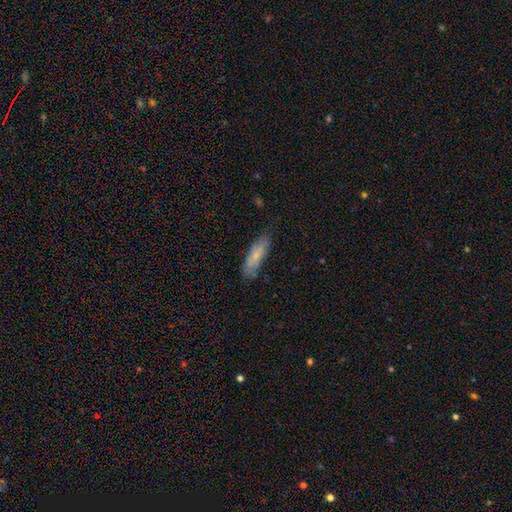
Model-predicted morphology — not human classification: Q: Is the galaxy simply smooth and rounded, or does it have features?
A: smooth — 70%.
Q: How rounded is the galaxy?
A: cigar-shaped — 52%.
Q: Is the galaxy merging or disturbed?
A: none — 70%.